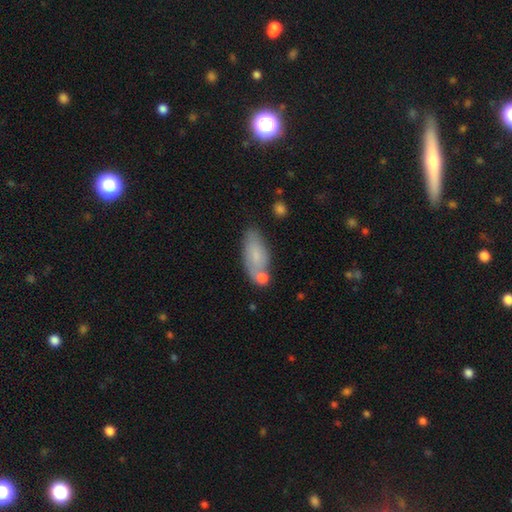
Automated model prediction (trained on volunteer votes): Morphology: type=smooth (70%); roundness=in between (82%); merging=none (61%).